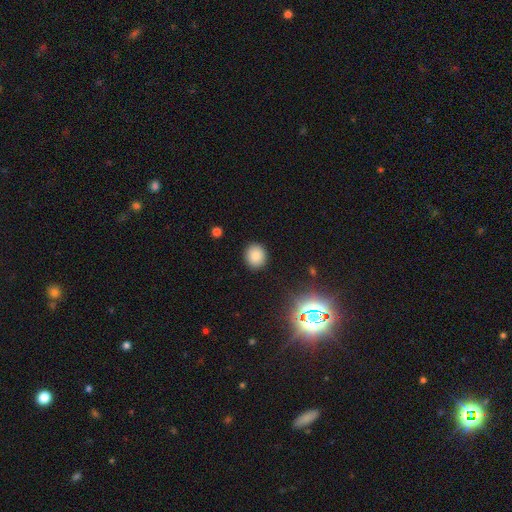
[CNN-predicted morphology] Q: Smooth or featured?
A: smooth (83%); runner-up: star or artifact (12%)
Q: How rounded?
A: round (81%); runner-up: in between (18%)
Q: Merging?
A: none (90%); runner-up: minor disturbance (6%)